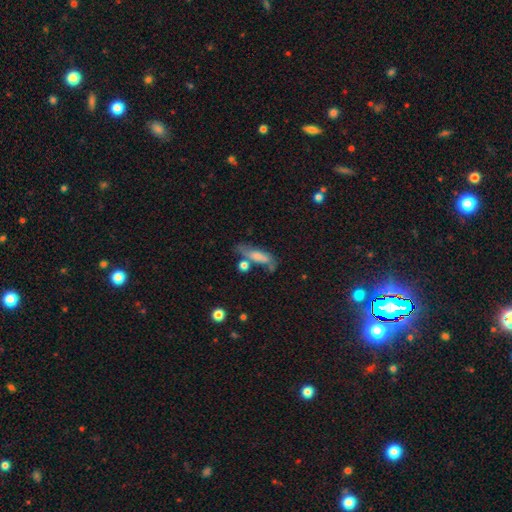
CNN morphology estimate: Smooth or featured? smooth (57%)
How rounded? cigar-shaped (53%)
Merging? none (45%)